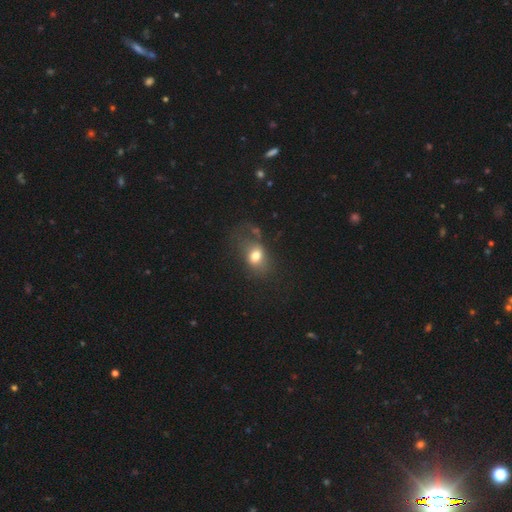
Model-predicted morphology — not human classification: smooth 71%, featured or disk 17%, star or artifact 12%. Down the decision tree: how rounded — in between (67%); merging — none (41%).